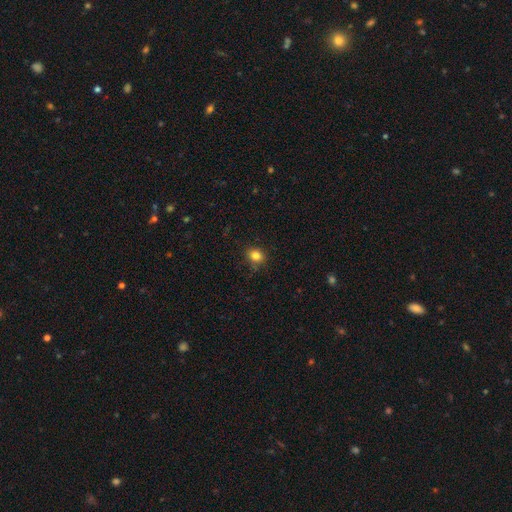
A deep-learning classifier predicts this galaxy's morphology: Overall: smooth (83%). How rounded: round (57%; in between 42%). Merging: none (83%).